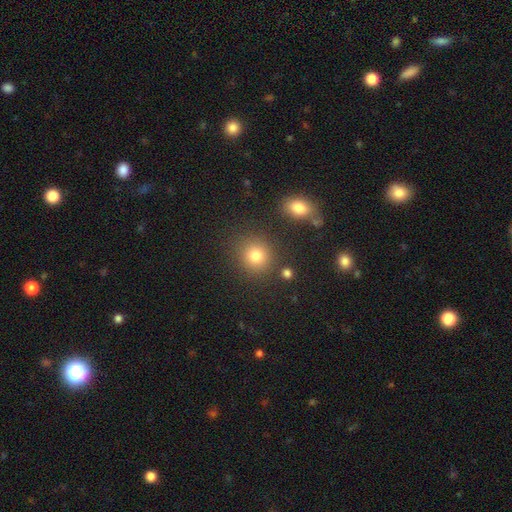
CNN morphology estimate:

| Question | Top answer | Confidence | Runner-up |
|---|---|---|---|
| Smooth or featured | smooth | 80% | star or artifact (14%) |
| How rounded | round | 86% | in between (13%) |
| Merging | none | 82% | minor disturbance (9%) |